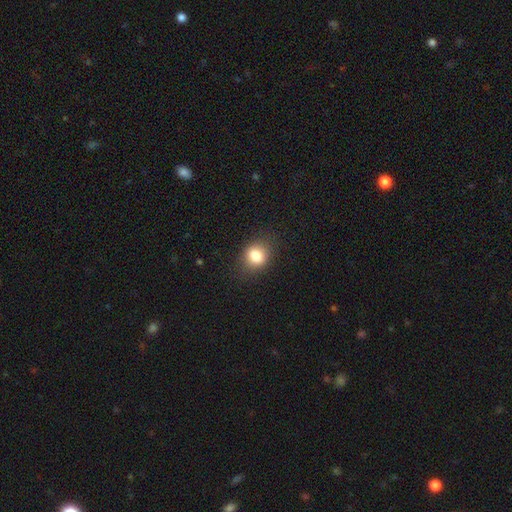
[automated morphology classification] A smooth galaxy with no disk features (80%) that is round (61%). Merging: none (83%).